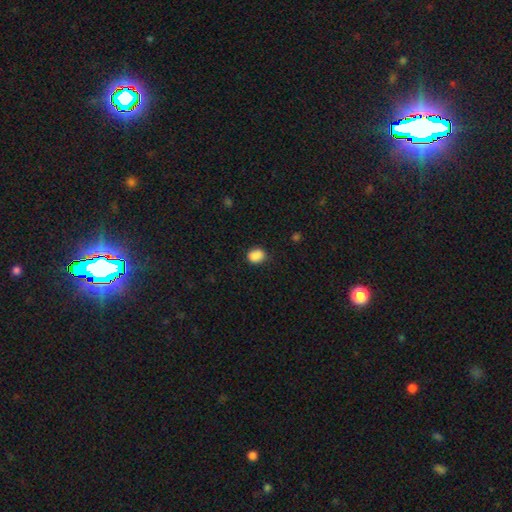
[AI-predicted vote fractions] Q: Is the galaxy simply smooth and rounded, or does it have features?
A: smooth — 86%.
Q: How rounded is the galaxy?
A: in between — 50%.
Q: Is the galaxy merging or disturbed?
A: none — 74%.